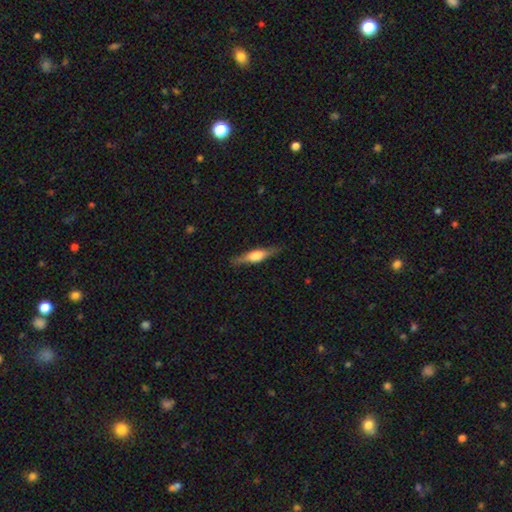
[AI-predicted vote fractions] Smooth or featured: featured or disk — 59% (smooth — 35%)
Edge-on disk: yes — 95% (no — 5%)
Edge-on bulge: rounded — 88% (boxy — 10%)
Merging: none — 86% (minor disturbance — 10%)